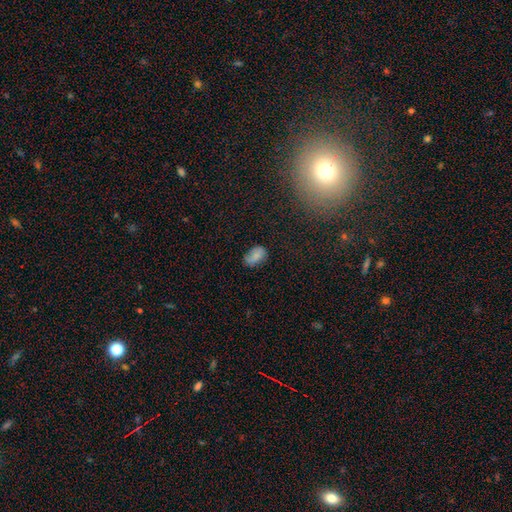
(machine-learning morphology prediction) smooth_or_featured: smooth (p=0.75) [alt: featured or disk p=0.15]
how_rounded: in between (p=0.88) [alt: round p=0.11]
merging: none (p=0.65) [alt: minor disturbance p=0.27]